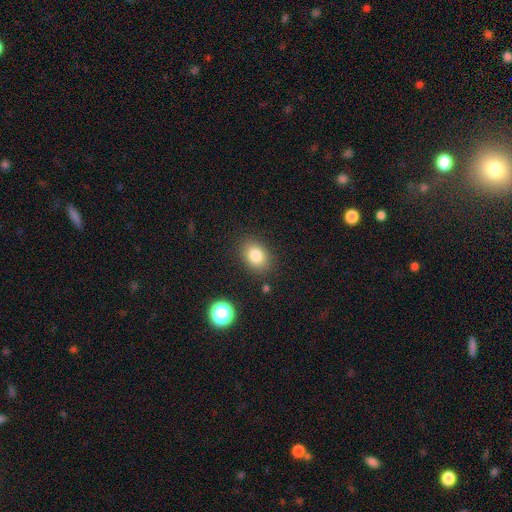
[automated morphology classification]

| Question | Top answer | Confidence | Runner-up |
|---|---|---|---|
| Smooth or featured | smooth | 82% | star or artifact (11%) |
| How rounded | in between | 66% | round (33%) |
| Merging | none | 84% | minor disturbance (10%) |